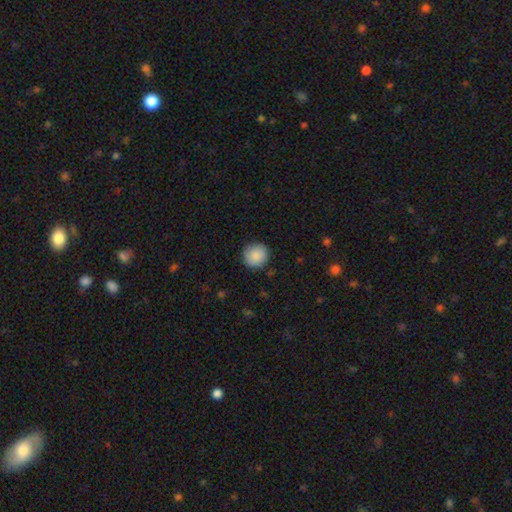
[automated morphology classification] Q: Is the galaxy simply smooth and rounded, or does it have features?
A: smooth — 89%.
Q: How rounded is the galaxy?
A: round — 92%.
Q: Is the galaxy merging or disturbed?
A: none — 88%.